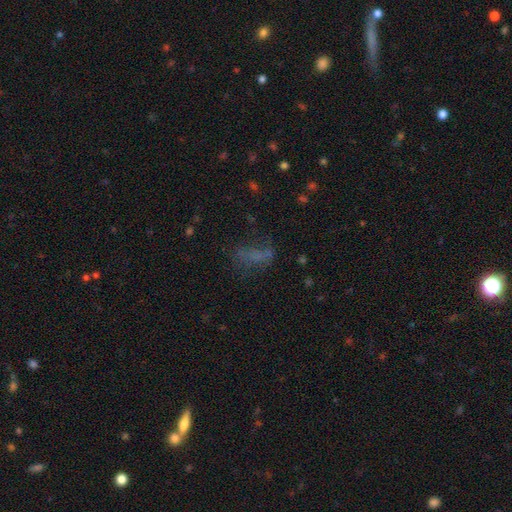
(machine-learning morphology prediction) smooth_or_featured: smooth (p=0.50) [alt: star or artifact p=0.26]
how_rounded: in between (p=0.65) [alt: cigar-shaped p=0.27]
merging: none (p=0.44) [alt: major disturbance p=0.30]